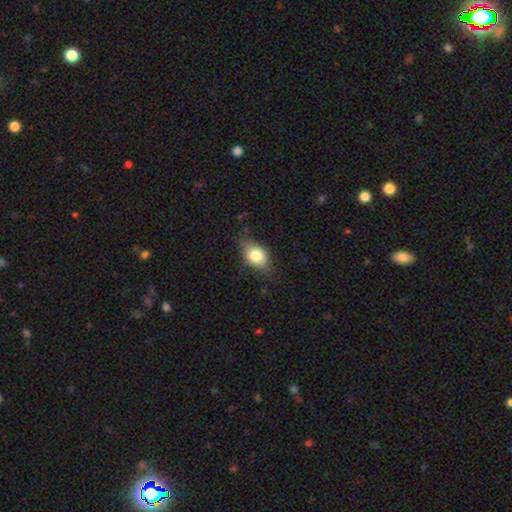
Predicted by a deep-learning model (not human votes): Smooth or featured?
  - smooth: 76% *
  - featured or disk: 16%
  - star or artifact: 8%
How rounded?
  - in between: 77% *
  - round: 19%
  - cigar-shaped: 3%
Merging?
  - none: 68% *
  - minor disturbance: 24%
  - major disturbance: 6%
  - merger: 1%